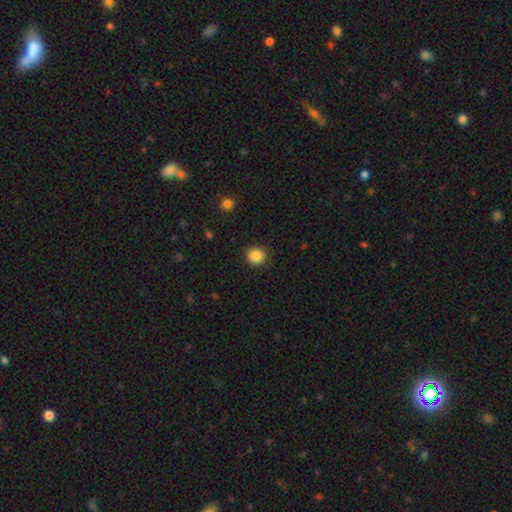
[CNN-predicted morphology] smooth 87%, star or artifact 10%, featured or disk 3%. Down the decision tree: how rounded — round (89%); merging — none (89%).